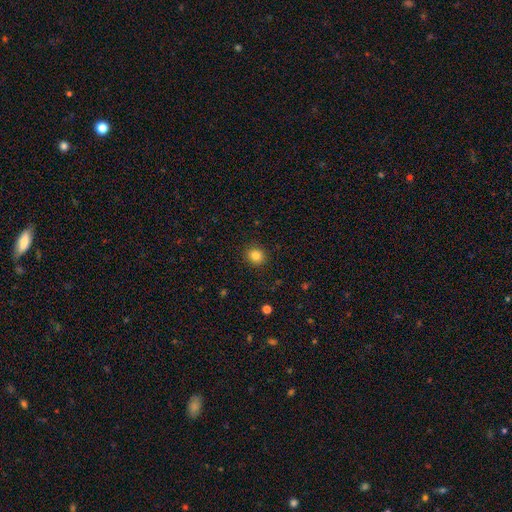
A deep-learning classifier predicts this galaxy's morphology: Smooth or featured? smooth (84%)
How rounded? round (79%)
Merging? none (90%)